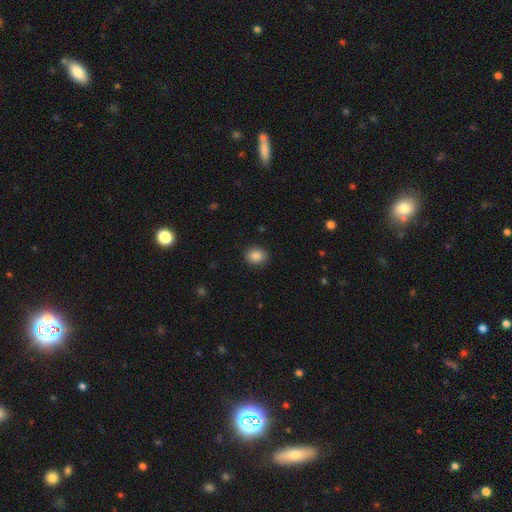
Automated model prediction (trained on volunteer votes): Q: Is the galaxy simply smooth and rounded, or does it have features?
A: smooth — 87%.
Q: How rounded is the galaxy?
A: round — 67%.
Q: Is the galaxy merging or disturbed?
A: none — 89%.